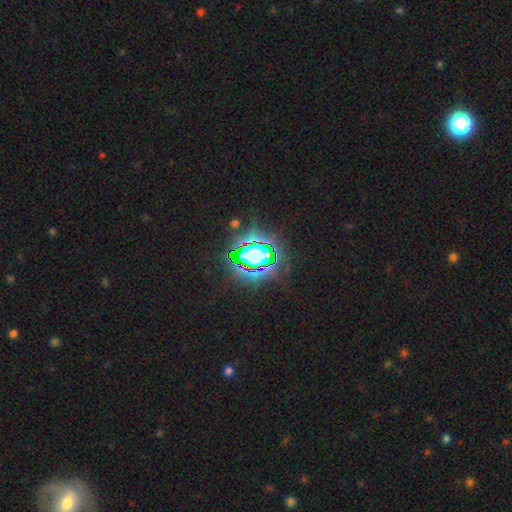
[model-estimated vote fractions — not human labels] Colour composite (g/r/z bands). It shows a star or artifact, not a galaxy (71%).